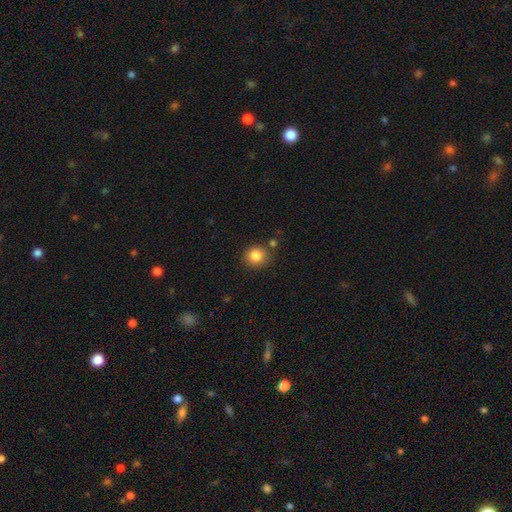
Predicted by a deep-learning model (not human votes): smooth-or-featured: smooth: 85% | star or artifact: 10% | featured or disk: 5%
  how-rounded: round: 86% | in between: 13% | cigar-shaped: 1%
  merging: none: 81% | minor disturbance: 10% | merger: 6% | major disturbance: 3%